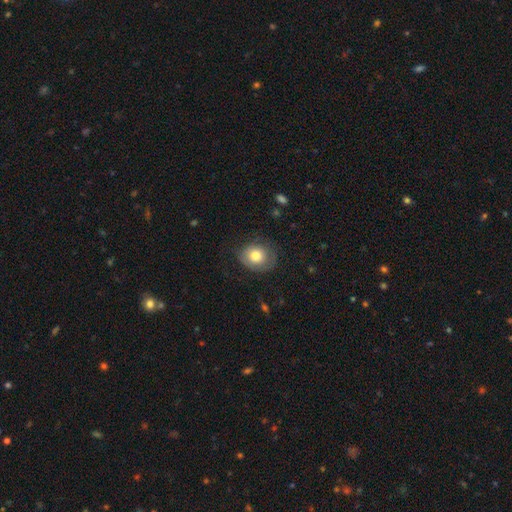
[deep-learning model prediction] Q: Smooth or featured?
A: smooth (73%); runner-up: featured or disk (20%)
Q: How rounded?
A: round (64%); runner-up: in between (36%)
Q: Merging?
A: none (69%); runner-up: minor disturbance (21%)